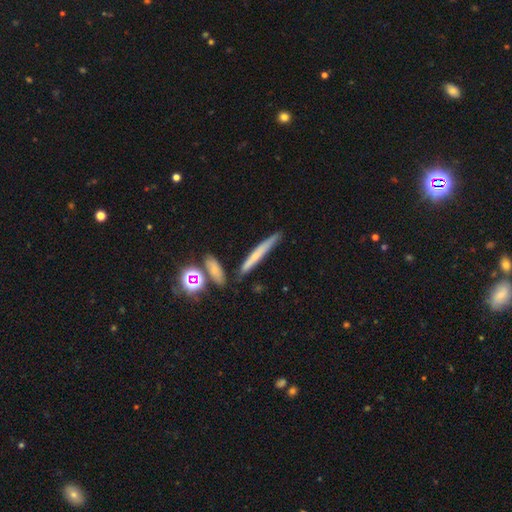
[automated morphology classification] Overall: smooth (50%; featured or disk 39%). Merging: none (78%).